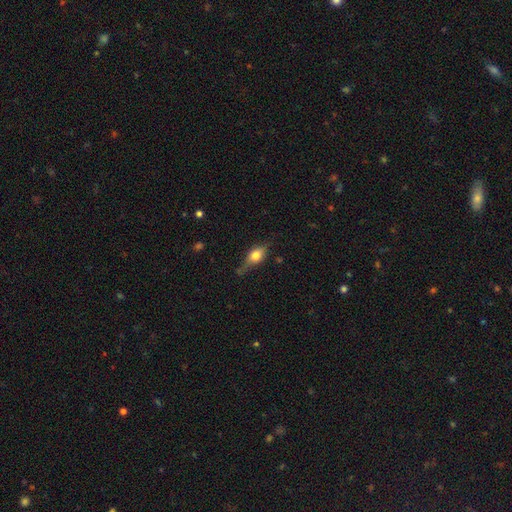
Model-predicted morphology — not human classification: This is possibly a smooth galaxy (55%). How rounded: likely in between (68%). Merging: likely none (61%).